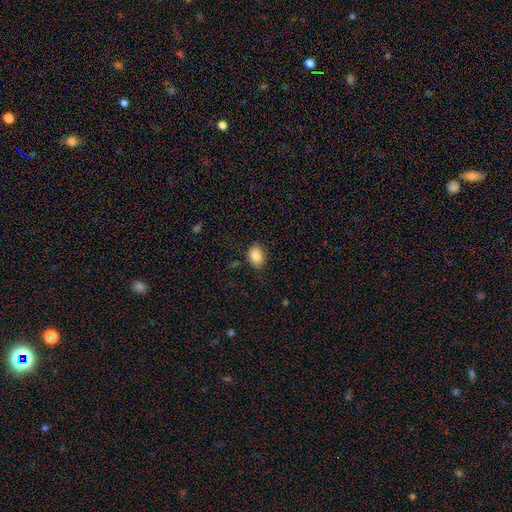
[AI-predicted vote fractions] Smooth or featured: smooth — 86% (star or artifact — 8%)
How rounded: in between — 70% (round — 29%)
Merging: none — 82% (minor disturbance — 14%)